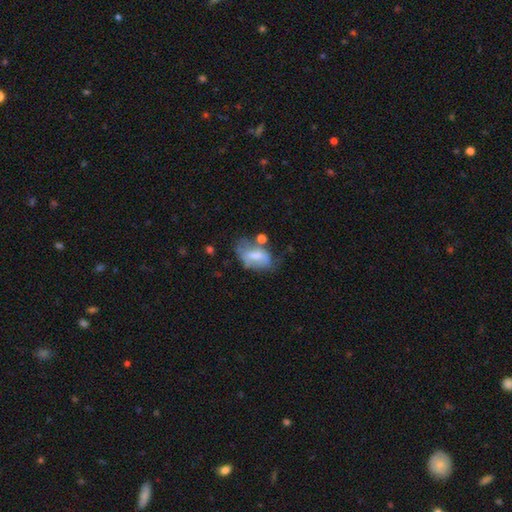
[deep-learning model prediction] Overall: smooth (53%; featured or disk 39%). How rounded: in between (86%). Merging: none (34%; minor disturbance 29%).